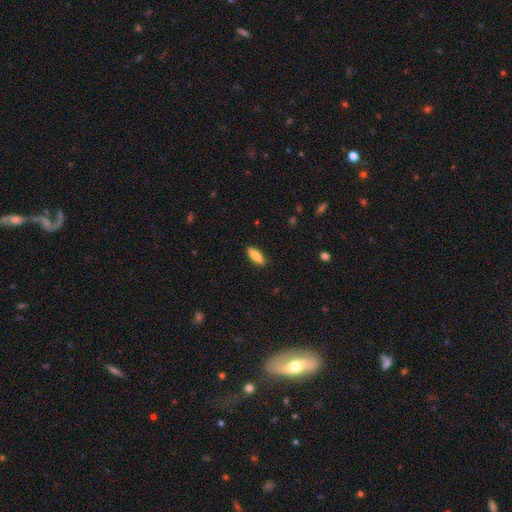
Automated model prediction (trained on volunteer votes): The model was most divided on "how rounded": in between: 61%, cigar-shaped: 37%, round: 2%. More confident: merging — none (87%); smooth or featured — smooth (81%).